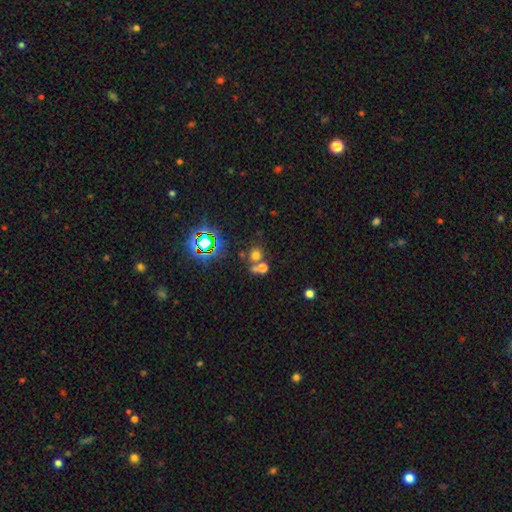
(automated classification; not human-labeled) Smooth or featured? smooth (61%)
How rounded? round (82%)
Merging? none (52%)